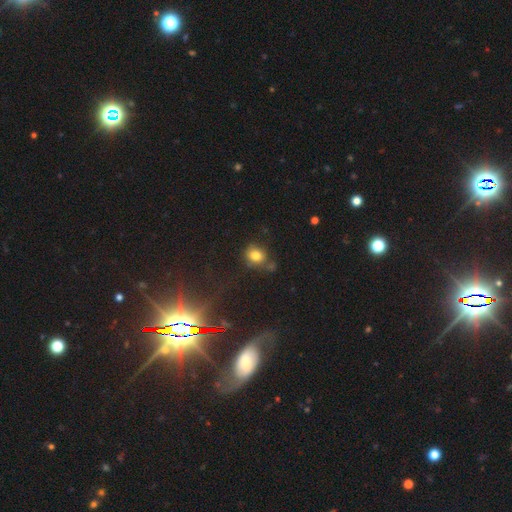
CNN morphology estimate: A smooth galaxy with no disk features (78%) that is round (70%).

Vote fractions:
- Smooth or featured? smooth: 78% / star or artifact: 13% / featured or disk: 8%
- How rounded? round: 70% / in between: 28% / cigar-shaped: 1%
- Merging? none: 62% / minor disturbance: 21% / merger: 10% / major disturbance: 7%